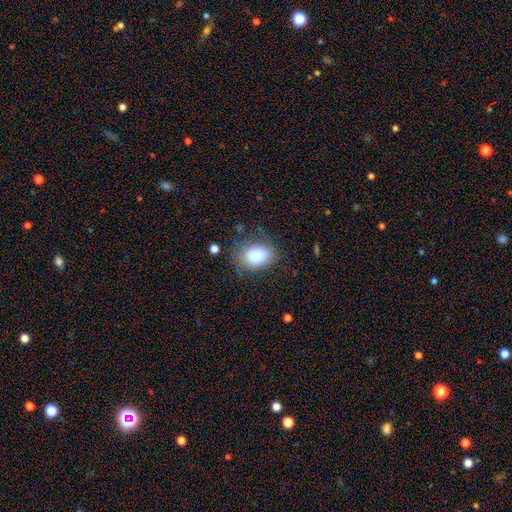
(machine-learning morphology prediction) Smooth or featured?
  - smooth: 80% *
  - featured or disk: 11%
  - star or artifact: 9%
How rounded?
  - in between: 60% *
  - round: 39%
  - cigar-shaped: 1%
Merging?
  - none: 68% *
  - minor disturbance: 22%
  - major disturbance: 8%
  - merger: 2%